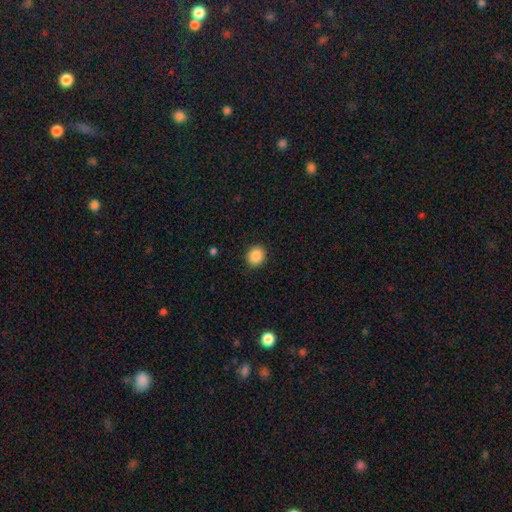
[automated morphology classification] Smooth or featured? smooth (88%)
How rounded? round (76%)
Merging? none (90%)